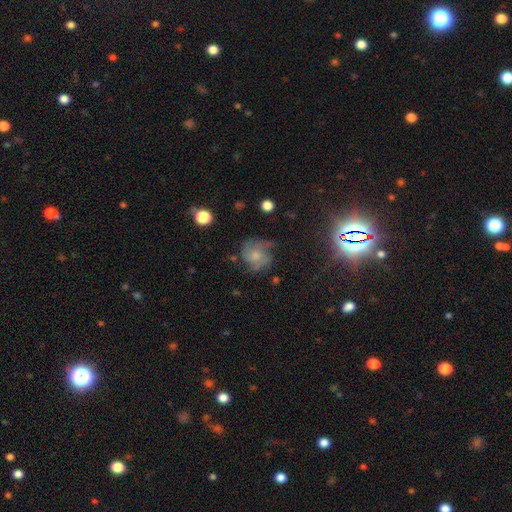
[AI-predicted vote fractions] Q: Smooth or featured?
A: featured or disk (47%); runner-up: smooth (41%)
Q: Merging?
A: none (52%); runner-up: minor disturbance (26%)